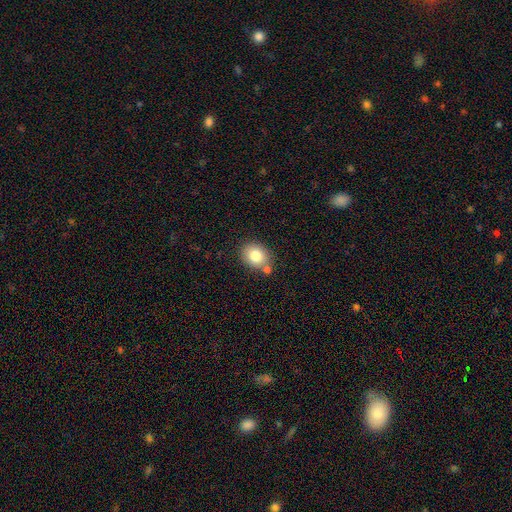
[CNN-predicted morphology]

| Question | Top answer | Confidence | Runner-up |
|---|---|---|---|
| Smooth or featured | smooth | 82% | star or artifact (9%) |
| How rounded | round | 51% | in between (48%) |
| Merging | none | 71% | merger (14%) |